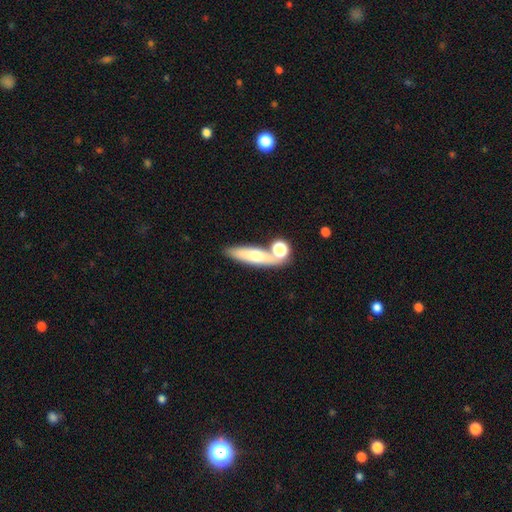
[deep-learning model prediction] Morphology: type=smooth (63%); roundness=cigar-shaped (57%); merging=none (63%).